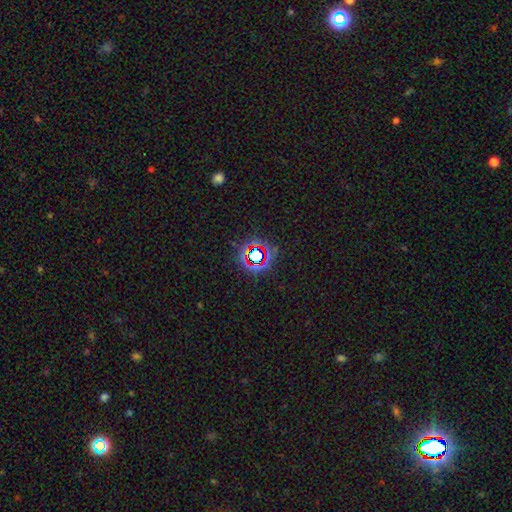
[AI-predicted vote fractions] star or artifact 70%, smooth 19%, featured or disk 11%.